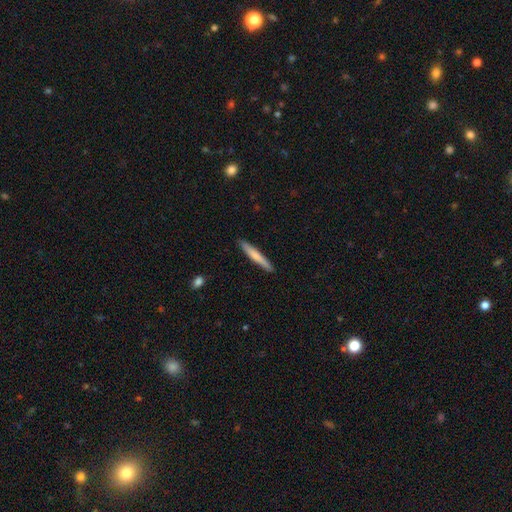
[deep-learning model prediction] This is likely a smooth galaxy (70%). How rounded: clearly cigar-shaped (95%). Merging: clearly none (90%).